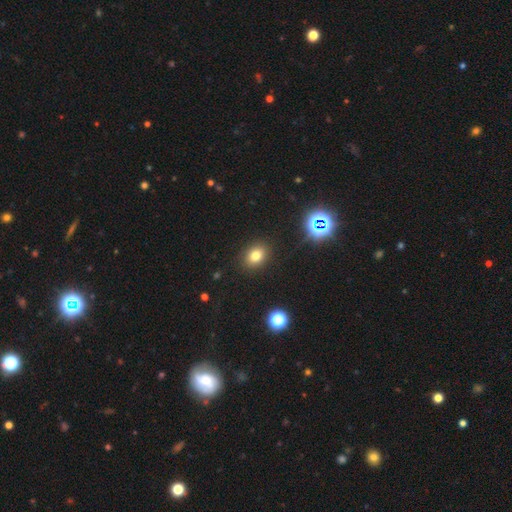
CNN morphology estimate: This is likely a smooth galaxy (76%). How rounded: possibly in between (53%). Merging: clearly none (89%).